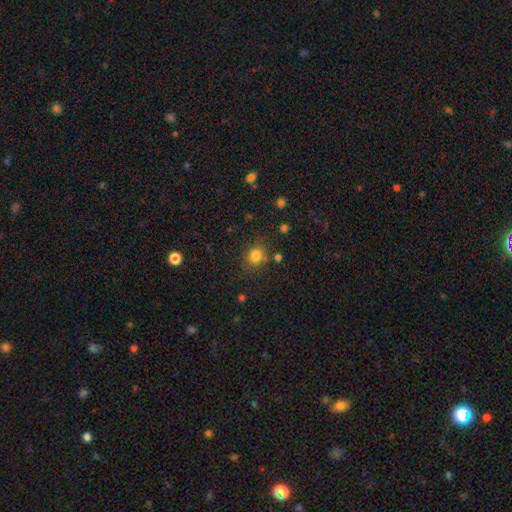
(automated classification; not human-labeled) Smooth or featured? smooth (81%)
How rounded? round (79%)
Merging? none (78%)